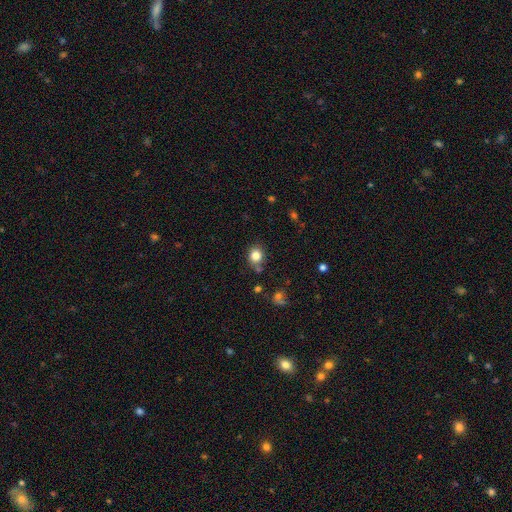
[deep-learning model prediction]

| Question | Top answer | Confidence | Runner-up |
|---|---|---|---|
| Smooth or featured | smooth | 82% | star or artifact (11%) |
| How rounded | round | 75% | in between (24%) |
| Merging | none | 75% | minor disturbance (13%) |